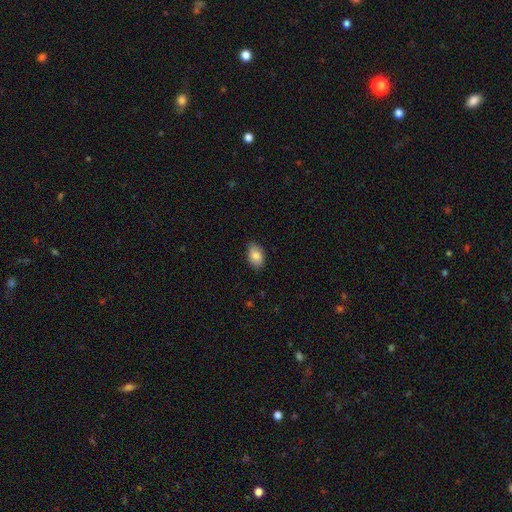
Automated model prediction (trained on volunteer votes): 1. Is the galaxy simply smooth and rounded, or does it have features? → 85% smooth, 8% featured or disk, 7% star or artifact.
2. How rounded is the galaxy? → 90% in between, 9% round, 1% cigar-shaped.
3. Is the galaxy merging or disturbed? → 82% none, 15% minor disturbance, 2% major disturbance, 1% merger.